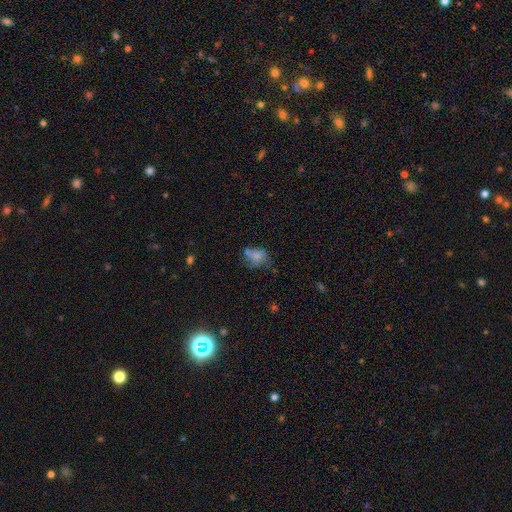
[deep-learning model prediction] Smooth or featured? smooth (67%)
How rounded? in between (66%)
Merging? none (40%)